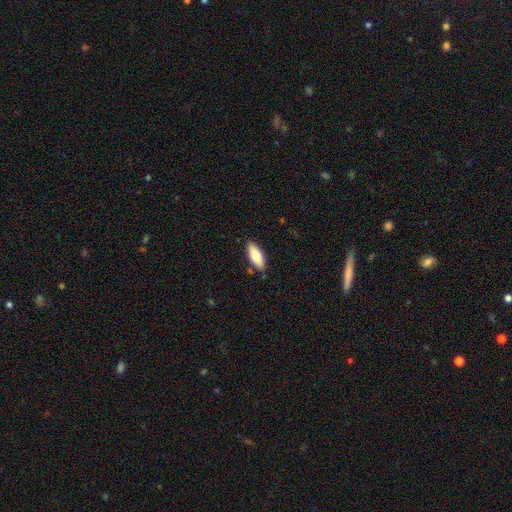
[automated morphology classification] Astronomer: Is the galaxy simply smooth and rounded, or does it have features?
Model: smooth — 76%.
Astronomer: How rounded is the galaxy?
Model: in between — 71%.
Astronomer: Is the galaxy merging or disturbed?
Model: none — 85%.